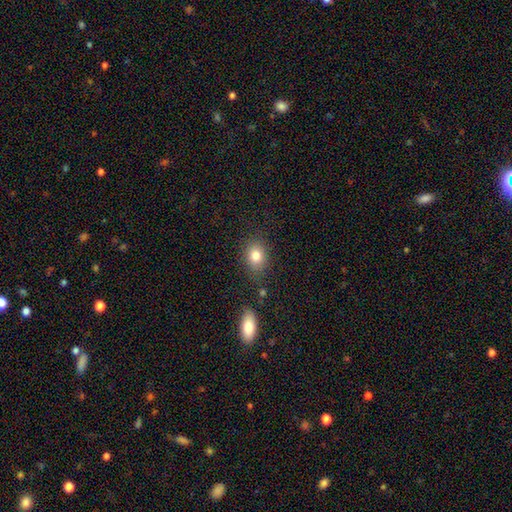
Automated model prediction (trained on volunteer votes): Smooth or featured: smooth — 82% (star or artifact — 10%)
How rounded: in between — 56% (round — 43%)
Merging: none — 78% (minor disturbance — 13%)